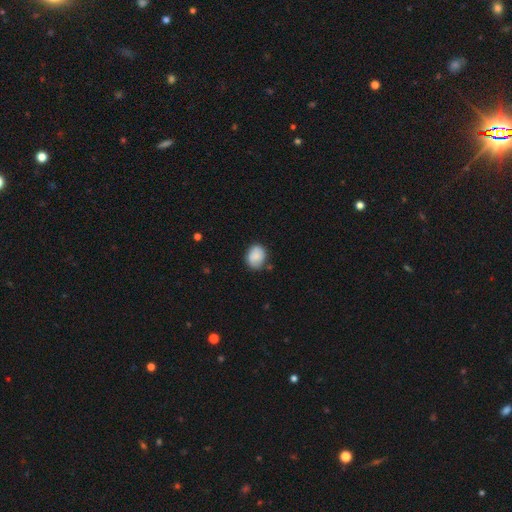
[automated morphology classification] Smooth or featured: smooth — 81% (featured or disk — 11%)
How rounded: in between — 52% (round — 47%)
Merging: none — 69% (minor disturbance — 23%)